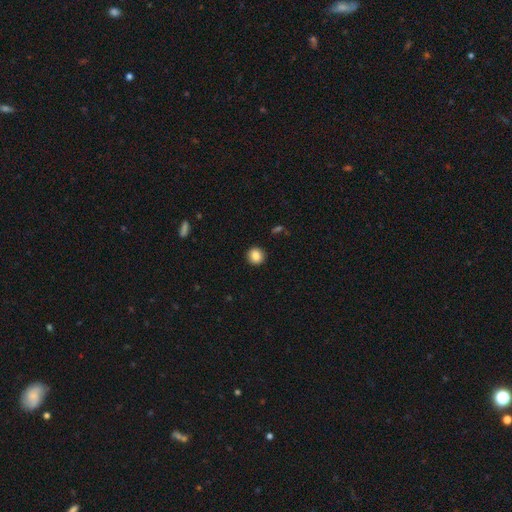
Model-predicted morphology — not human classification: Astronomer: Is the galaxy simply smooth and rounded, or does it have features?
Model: smooth — 85%.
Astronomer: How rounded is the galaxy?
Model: round — 93%.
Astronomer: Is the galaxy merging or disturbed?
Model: none — 92%.